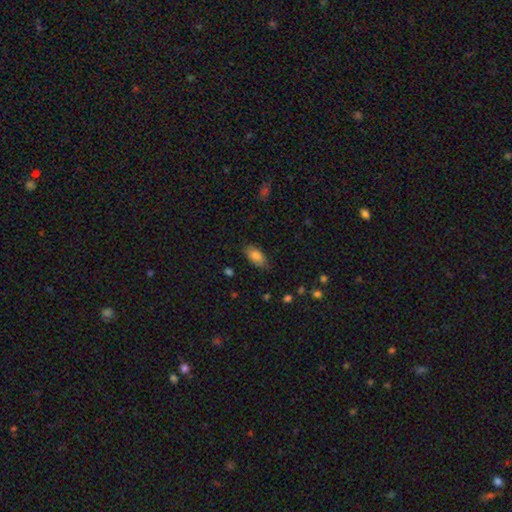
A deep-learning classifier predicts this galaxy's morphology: Q: Smooth or featured?
A: smooth (83%); runner-up: featured or disk (10%)
Q: How rounded?
A: in between (91%); runner-up: cigar-shaped (6%)
Q: Merging?
A: none (78%); runner-up: minor disturbance (17%)